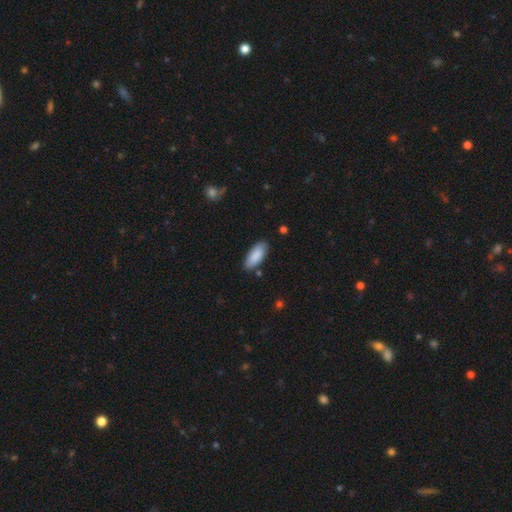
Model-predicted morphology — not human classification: smooth 88%, featured or disk 6%, star or artifact 6%. Down the decision tree: how rounded — in between (81%); merging — none (84%).